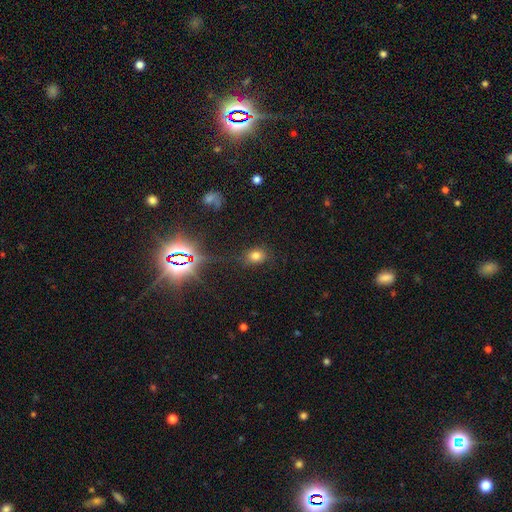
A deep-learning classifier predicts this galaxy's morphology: Smooth or featured?
  - smooth: 71% *
  - star or artifact: 22%
  - featured or disk: 8%
How rounded?
  - in between: 56% *
  - round: 43%
  - cigar-shaped: 2%
Merging?
  - none: 77% *
  - minor disturbance: 14%
  - major disturbance: 6%
  - merger: 3%